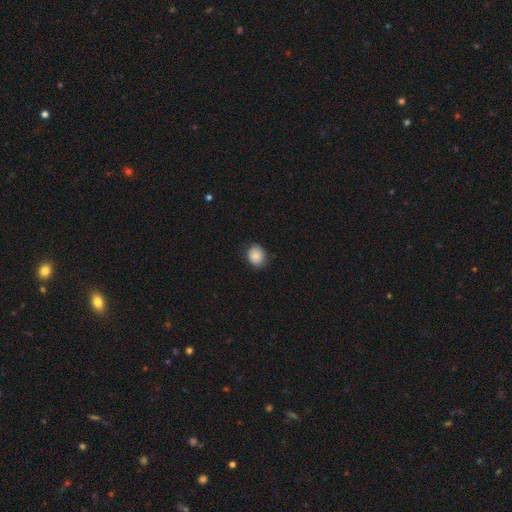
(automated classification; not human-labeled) Smooth or featured? Predicted: smooth (p=0.84). How rounded? Predicted: round (p=0.59). Merging? Predicted: none (p=0.79).